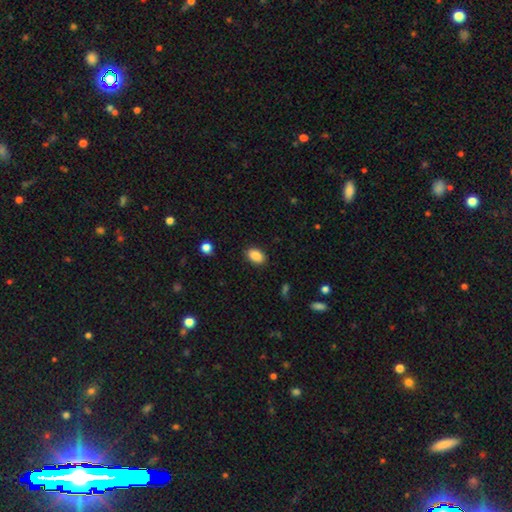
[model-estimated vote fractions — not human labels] Overall: smooth (88%). How rounded: in between (85%). Merging: none (88%).